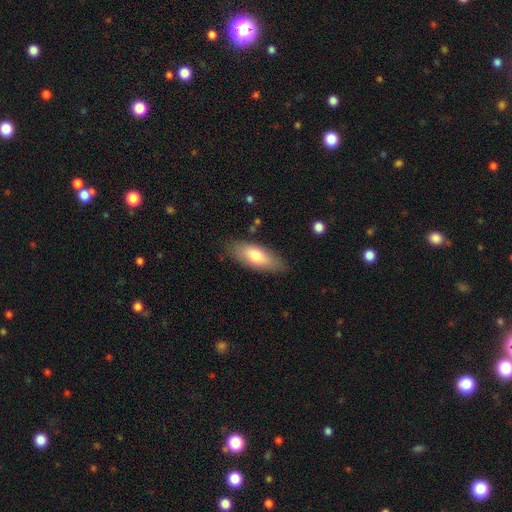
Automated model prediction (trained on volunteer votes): The model was most divided on "smooth or featured": smooth: 73%, featured or disk: 21%, star or artifact: 6%. More confident: merging — none (83%); how rounded — in between (76%).